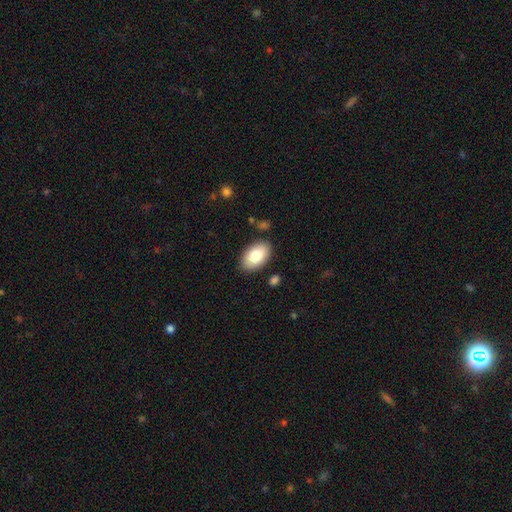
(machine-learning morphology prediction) A smooth galaxy with no disk features (81%) that is in between round and cigar-shaped (93%).

Vote fractions:
- Smooth or featured? smooth: 81% / featured or disk: 13% / star or artifact: 6%
- How rounded? in between: 93% / round: 6% / cigar-shaped: 1%
- Merging? none: 85% / minor disturbance: 10% / major disturbance: 2% / merger: 2%